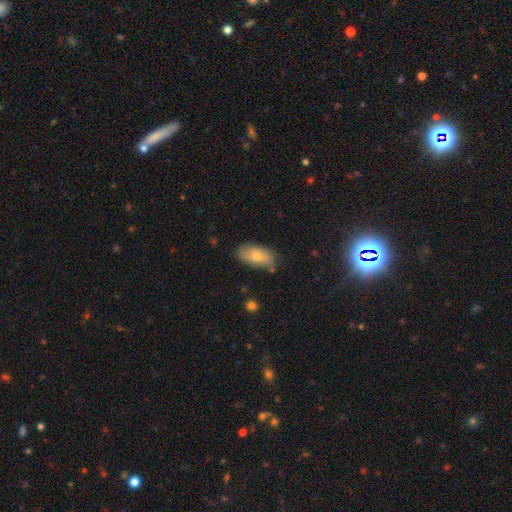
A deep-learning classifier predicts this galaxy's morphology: Smooth or featured?
  - smooth: 69% *
  - featured or disk: 23%
  - star or artifact: 8%
How rounded?
  - in between: 90% *
  - cigar-shaped: 6%
  - round: 4%
Merging?
  - none: 74% *
  - minor disturbance: 20%
  - major disturbance: 4%
  - merger: 3%